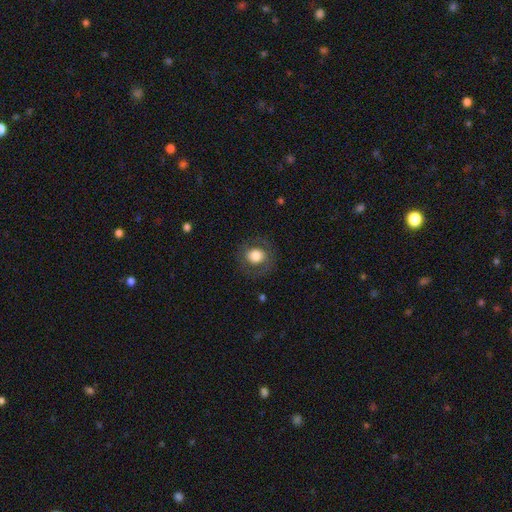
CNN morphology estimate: This is likely a smooth galaxy (73%). How rounded: clearly round (80%). Merging: clearly none (81%).